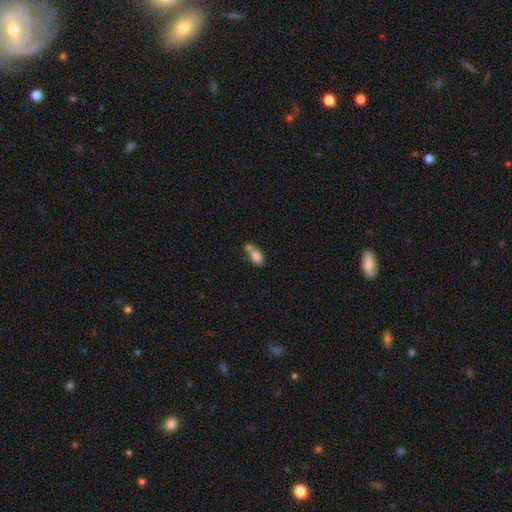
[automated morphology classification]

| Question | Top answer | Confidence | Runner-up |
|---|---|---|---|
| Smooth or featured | smooth | 81% | featured or disk (10%) |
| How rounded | in between | 87% | round (10%) |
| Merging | merger | 45% | none (39%) |